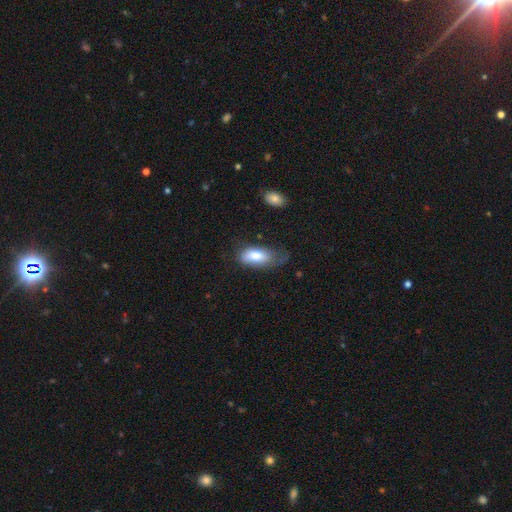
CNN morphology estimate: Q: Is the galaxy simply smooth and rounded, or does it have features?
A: smooth — 78%.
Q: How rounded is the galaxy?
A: in between — 90%.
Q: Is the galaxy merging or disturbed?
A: none — 42%.